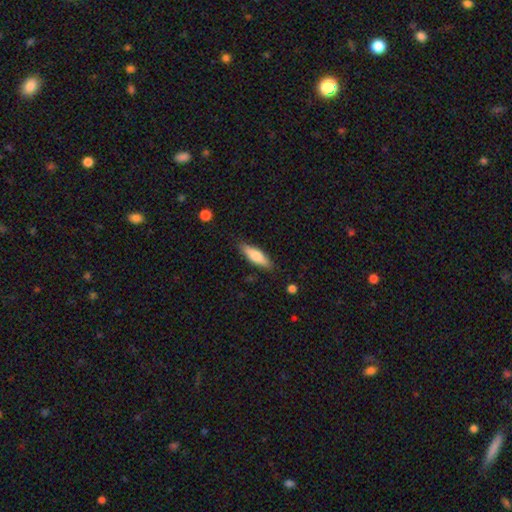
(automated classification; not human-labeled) A smooth galaxy with no disk features (71%) that is cigar-shaped (49%, tied with in between). Merging: none (84%).